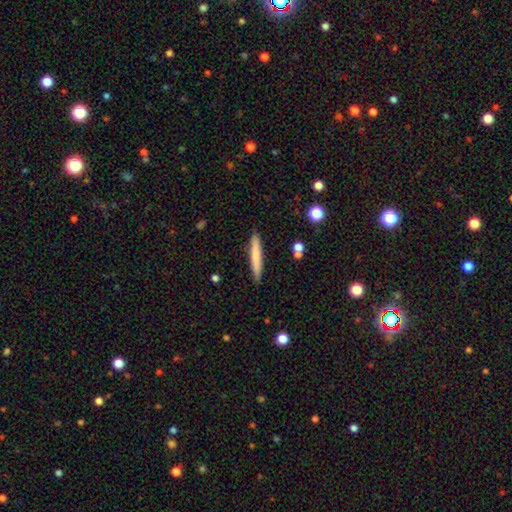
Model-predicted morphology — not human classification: A smooth galaxy with no disk features (74%) that is cigar-shaped (94%). Merging: none (89%).